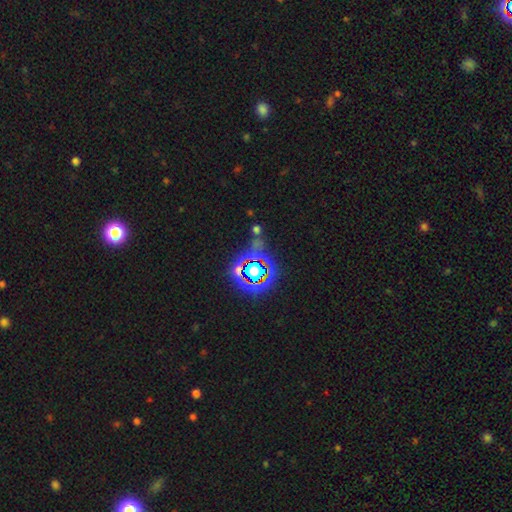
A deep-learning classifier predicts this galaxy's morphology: This appears to be a star or artifact, not a galaxy (81%).